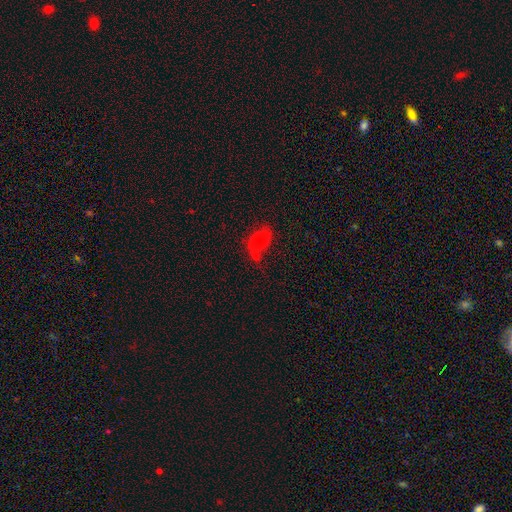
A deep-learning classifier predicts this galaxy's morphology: A smooth galaxy with no disk features (63%) that is in between round and cigar-shaped (72%). Merging: none (41%).